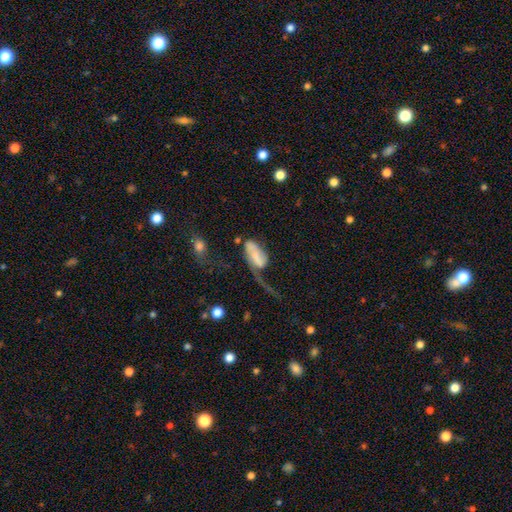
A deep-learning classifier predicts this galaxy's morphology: This appears to be a featured or disk galaxy (52%). Merging: major disturbance (59%).